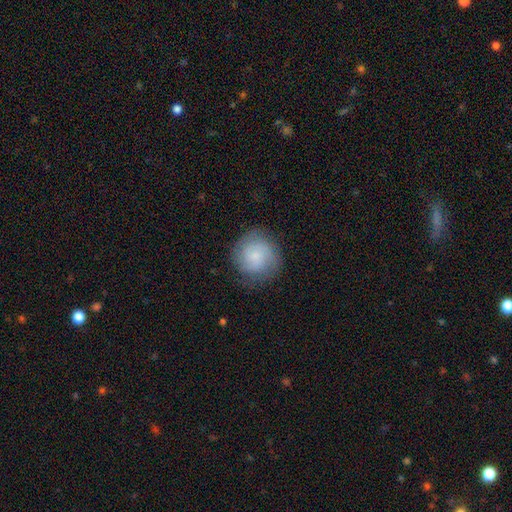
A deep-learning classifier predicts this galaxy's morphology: A smooth galaxy with no disk features (54%) that is round (89%). Merging: none (79%).